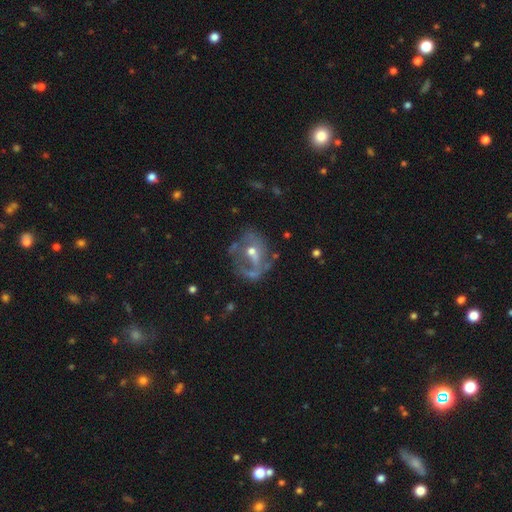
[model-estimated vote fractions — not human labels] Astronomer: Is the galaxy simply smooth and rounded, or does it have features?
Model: featured or disk — 69%.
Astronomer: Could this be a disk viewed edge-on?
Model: no — 96%.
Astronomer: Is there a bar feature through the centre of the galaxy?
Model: no — 54% (runner-up: weak, 32%).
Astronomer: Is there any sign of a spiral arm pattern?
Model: yes — 52% (runner-up: no, 48%).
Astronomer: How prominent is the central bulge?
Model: moderate — 51% (runner-up: small, 44%).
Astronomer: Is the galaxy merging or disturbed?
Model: none — 49%.